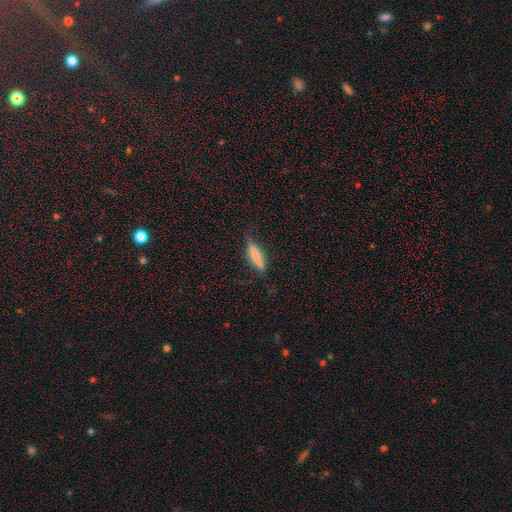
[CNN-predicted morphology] This appears to be a smooth galaxy with no disk features (57%) that is cigar-shaped (81%). Merging: none (77%).